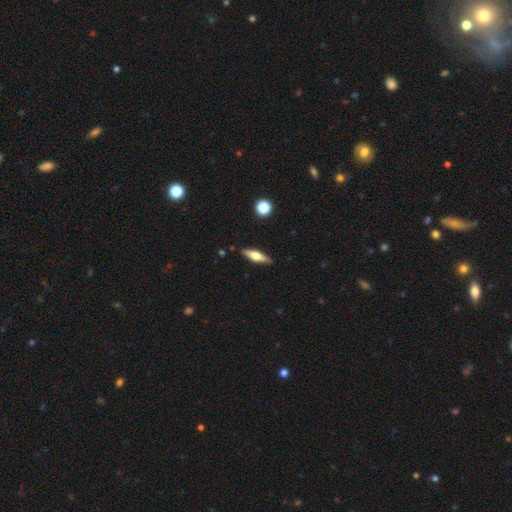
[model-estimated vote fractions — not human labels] This appears to be a featured or disk galaxy (52%) viewed edge-on (93%). Merging: none (88%).